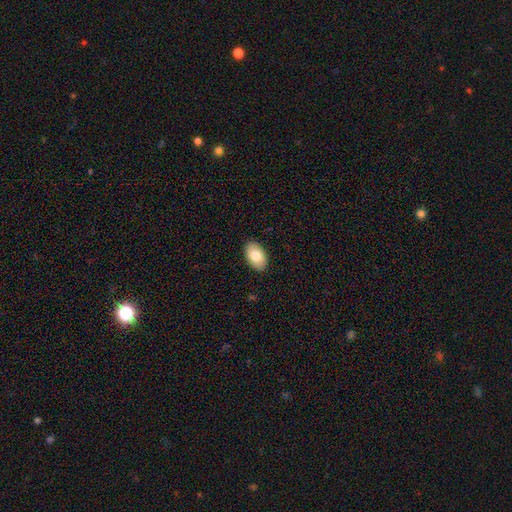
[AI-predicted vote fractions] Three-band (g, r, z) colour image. It shows a smooth galaxy with no disk features (81%) that is in between round and cigar-shaped (94%). Merging: none (90%).